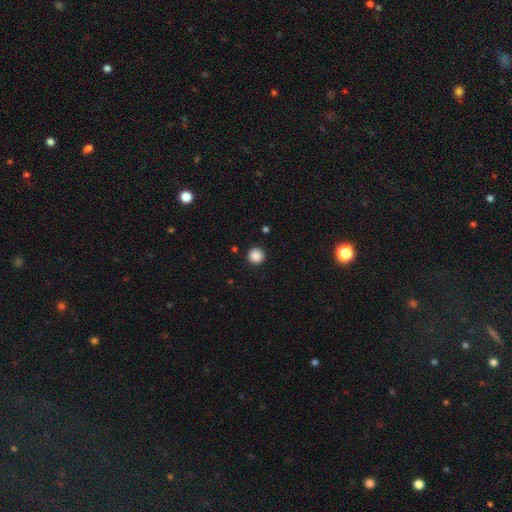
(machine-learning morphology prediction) smooth 88%, star or artifact 10%, featured or disk 2%. Down the decision tree: how rounded — round (96%); merging — none (93%).